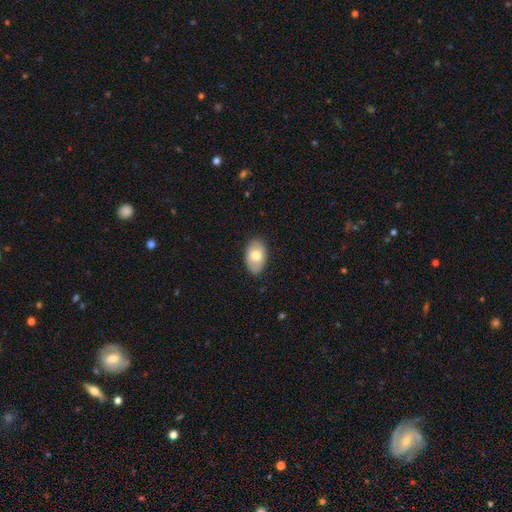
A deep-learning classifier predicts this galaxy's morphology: This appears to be a smooth galaxy with no disk features (68%) that is in between round and cigar-shaped (90%). Merging: none (85%).